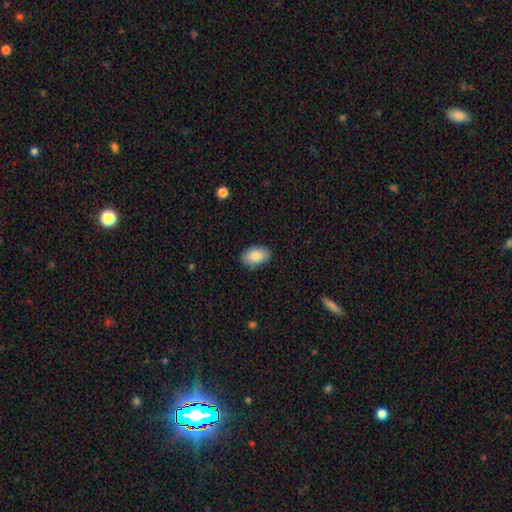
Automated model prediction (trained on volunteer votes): Overall: smooth (85%). How rounded: in between (91%). Merging: none (85%).